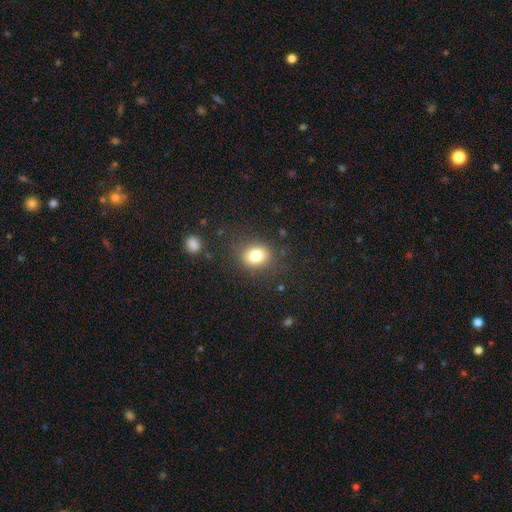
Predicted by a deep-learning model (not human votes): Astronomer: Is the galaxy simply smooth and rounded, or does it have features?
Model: smooth — 80%.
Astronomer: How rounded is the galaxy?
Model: round — 59% (runner-up: in between, 40%).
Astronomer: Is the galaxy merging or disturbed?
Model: none — 84%.